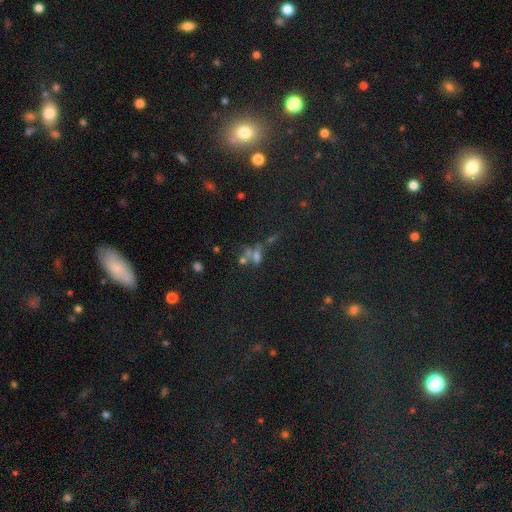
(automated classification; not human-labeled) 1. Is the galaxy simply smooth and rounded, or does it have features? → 42% smooth, 31% star or artifact, 27% featured or disk.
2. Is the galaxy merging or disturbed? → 44% merger, 31% none, 13% major disturbance, 11% minor disturbance.